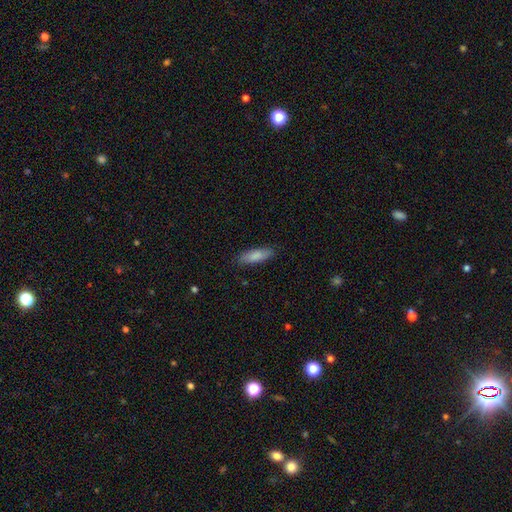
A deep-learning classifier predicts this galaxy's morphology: type=smooth (85%); roundness=in between (52%); merging=none (86%).